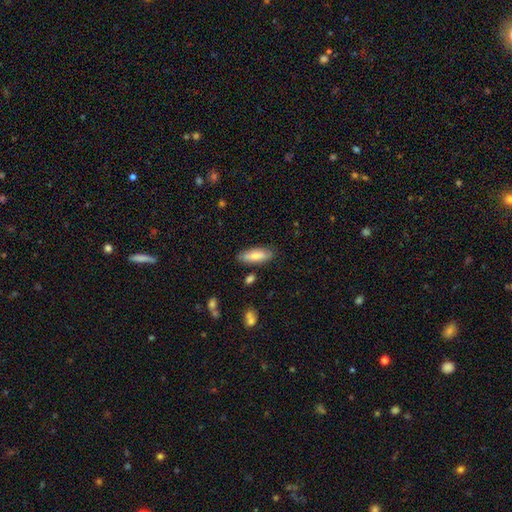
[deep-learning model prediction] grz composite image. It shows a smooth galaxy with no disk features (76%) that is in between round and cigar-shaped (60%). Merging: none (83%).